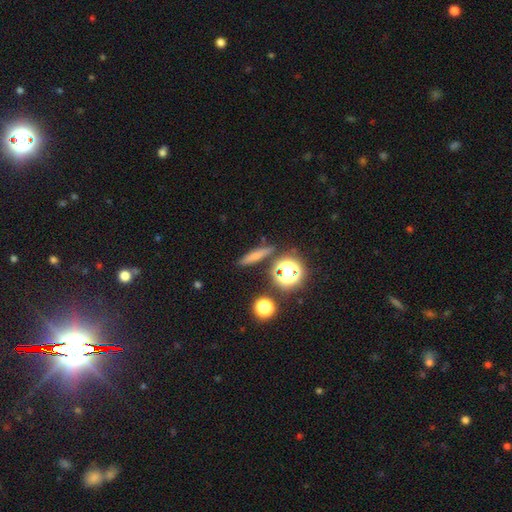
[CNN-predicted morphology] Smooth or featured?
  - smooth: 62% *
  - featured or disk: 19%
  - star or artifact: 18%
How rounded?
  - cigar-shaped: 68% *
  - round: 18%
  - in between: 14%
Merging?
  - none: 84% *
  - minor disturbance: 9%
  - merger: 4%
  - major disturbance: 3%